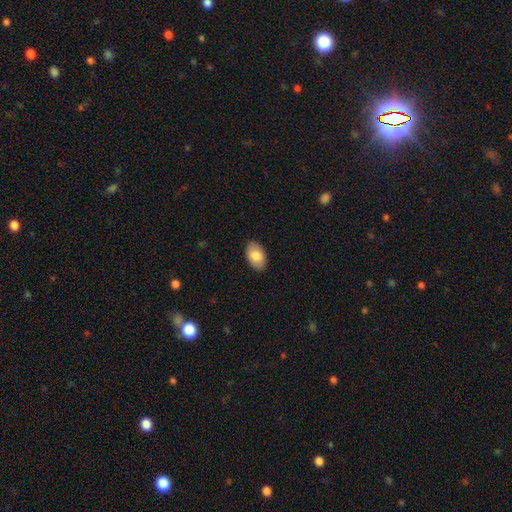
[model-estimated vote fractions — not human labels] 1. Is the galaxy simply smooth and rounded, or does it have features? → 83% smooth, 11% featured or disk, 6% star or artifact.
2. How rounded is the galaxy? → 93% in between, 6% round, 1% cigar-shaped.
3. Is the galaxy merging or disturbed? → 89% none, 8% minor disturbance, 2% major disturbance, 1% merger.